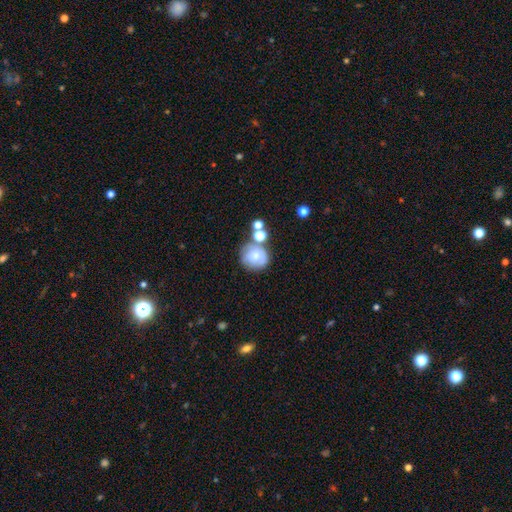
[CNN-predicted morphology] smooth-or-featured: smooth: 61% | featured or disk: 28% | star or artifact: 11%
  how-rounded: round: 84% | in between: 15% | cigar-shaped: 1%
  merging: none: 52% | merger: 22% | minor disturbance: 18% | major disturbance: 8%